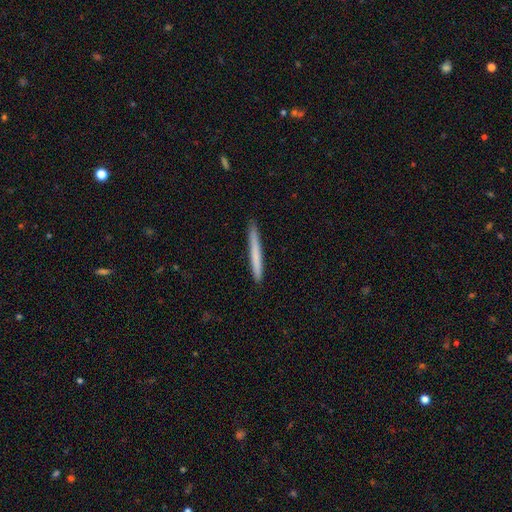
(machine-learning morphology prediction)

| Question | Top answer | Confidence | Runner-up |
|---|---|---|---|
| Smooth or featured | smooth | 69% | featured or disk (26%) |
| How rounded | cigar-shaped | 97% | in between (2%) |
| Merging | none | 91% | minor disturbance (7%) |